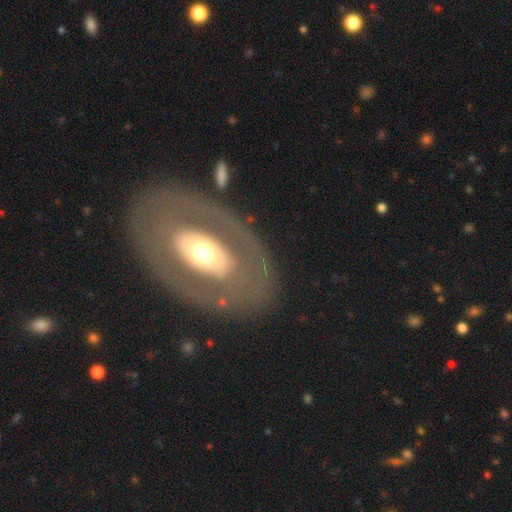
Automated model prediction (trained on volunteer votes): A featured or disk galaxy (65%) with no bar (73%), no spiral arms (80%) and a moderate central bulge (59%).

Vote fractions:
- Smooth or featured? featured or disk: 65% / smooth: 29% / star or artifact: 6%
- Edge-on disk? no: 91% / yes: 9%
- Bar? no: 73% / weak: 16% / strong: 11%
- Spiral arms? no: 80% / yes: 20%
- Bulge size? moderate: 59% / large: 20% / small: 17% / dominant: 2% / none: 1%
- Merging? none: 82% / minor disturbance: 11% / major disturbance: 6% / merger: 2%